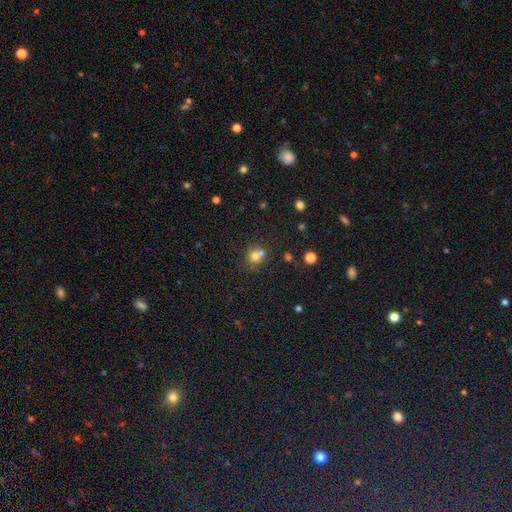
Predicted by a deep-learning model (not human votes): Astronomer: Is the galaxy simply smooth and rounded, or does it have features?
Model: smooth — 70%.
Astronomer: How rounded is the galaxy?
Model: round — 81%.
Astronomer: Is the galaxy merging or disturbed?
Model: none — 46% (runner-up: merger, 43%).